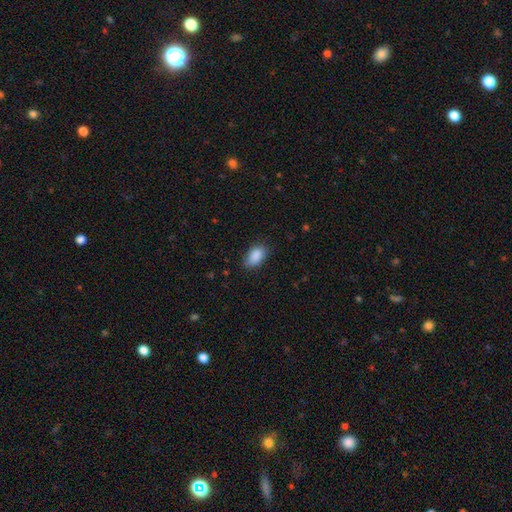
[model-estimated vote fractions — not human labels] smooth 89%, star or artifact 7%, featured or disk 4%. Down the decision tree: how rounded — in between (92%); merging — none (79%).